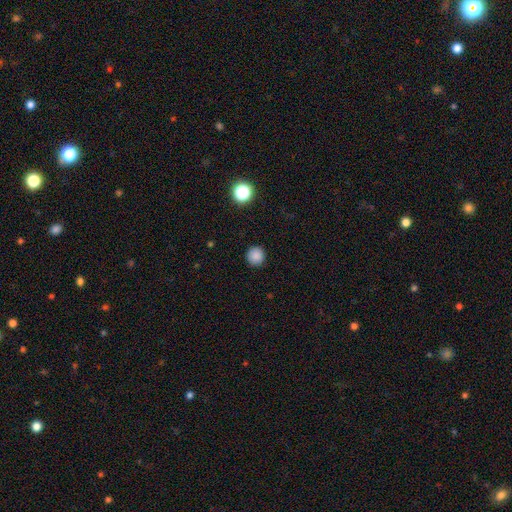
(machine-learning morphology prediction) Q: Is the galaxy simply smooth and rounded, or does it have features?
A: smooth — 85%.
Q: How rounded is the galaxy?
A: round — 94%.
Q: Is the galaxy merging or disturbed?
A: none — 91%.